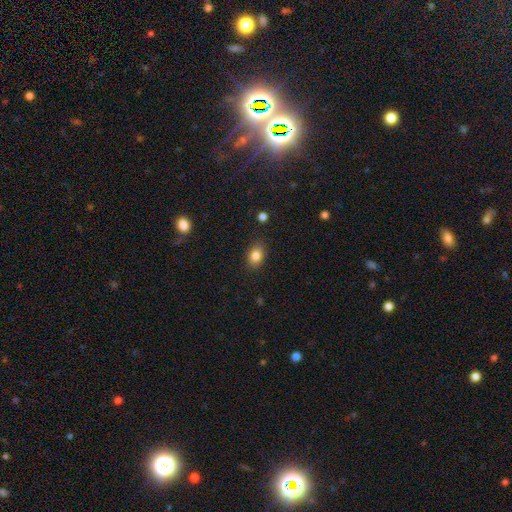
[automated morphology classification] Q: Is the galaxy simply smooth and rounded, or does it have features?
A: smooth — 84%.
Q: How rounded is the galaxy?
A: in between — 72%.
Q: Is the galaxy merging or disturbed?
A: none — 86%.